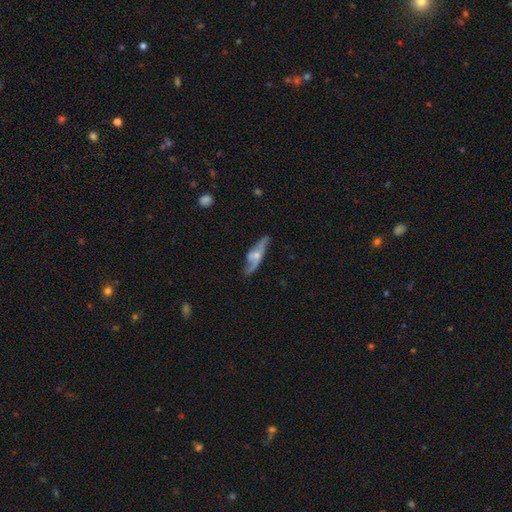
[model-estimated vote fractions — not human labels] smooth-or-featured: featured or disk: 68% | smooth: 26% | star or artifact: 6%
  disk-edge-on: no: 65% | yes: 35%
  merging: none: 60% | minor disturbance: 24% | major disturbance: 11% | merger: 5%